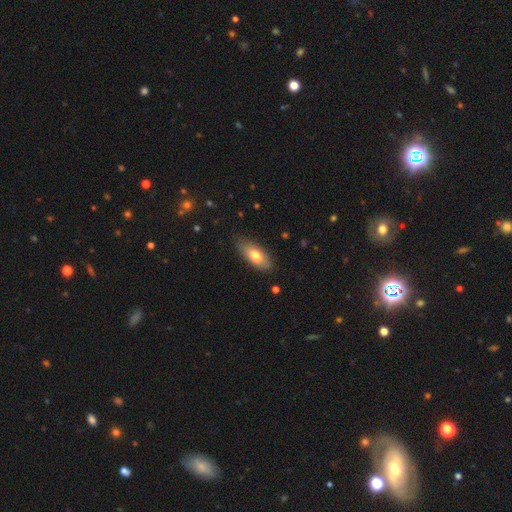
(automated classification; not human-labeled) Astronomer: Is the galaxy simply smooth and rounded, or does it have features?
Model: smooth — 72%.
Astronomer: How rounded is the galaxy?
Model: in between — 82%.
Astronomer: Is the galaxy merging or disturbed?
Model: none — 73%.